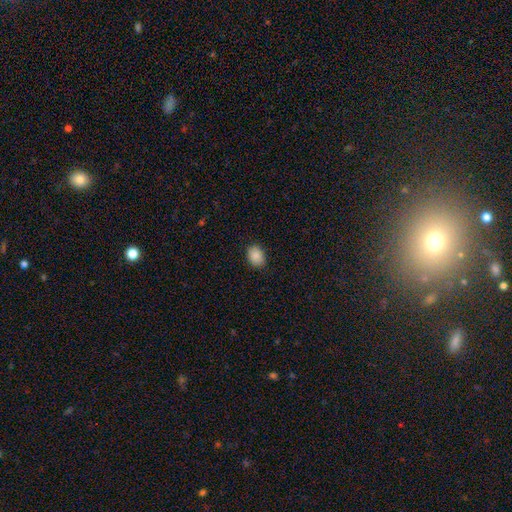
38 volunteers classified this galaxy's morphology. Smooth or featured? smooth (92%)
How rounded? in between (63%)
Merging? none (78%)